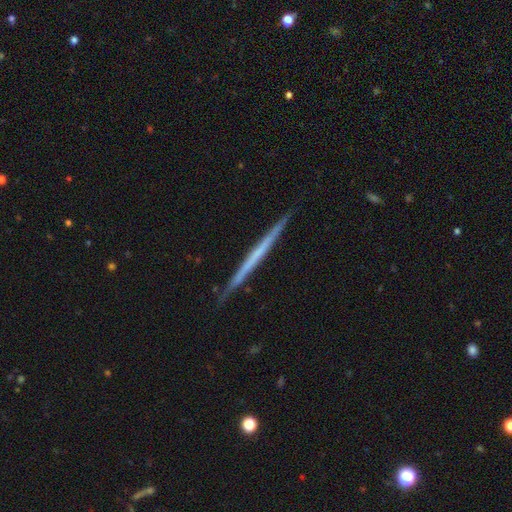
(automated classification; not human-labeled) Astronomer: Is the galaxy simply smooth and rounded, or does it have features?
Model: featured or disk — 60%.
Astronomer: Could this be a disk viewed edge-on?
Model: yes — 98%.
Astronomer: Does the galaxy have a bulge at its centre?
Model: none — 92%.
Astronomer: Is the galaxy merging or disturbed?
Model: none — 90%.